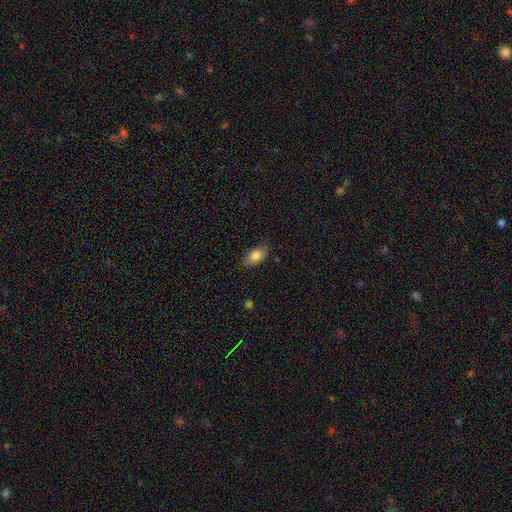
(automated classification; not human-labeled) smooth 80%, featured or disk 12%, star or artifact 7%. Down the decision tree: how rounded — in between (89%); merging — none (81%).